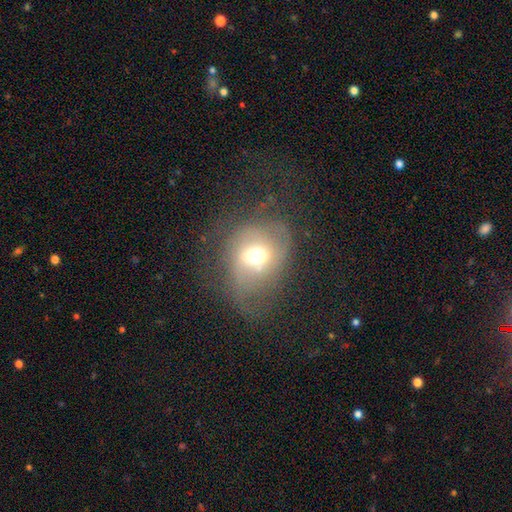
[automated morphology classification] Smooth or featured?
  - smooth: 47% *
  - featured or disk: 39%
  - star or artifact: 15%
Merging?
  - none: 44% *
  - major disturbance: 30%
  - minor disturbance: 24%
  - merger: 3%